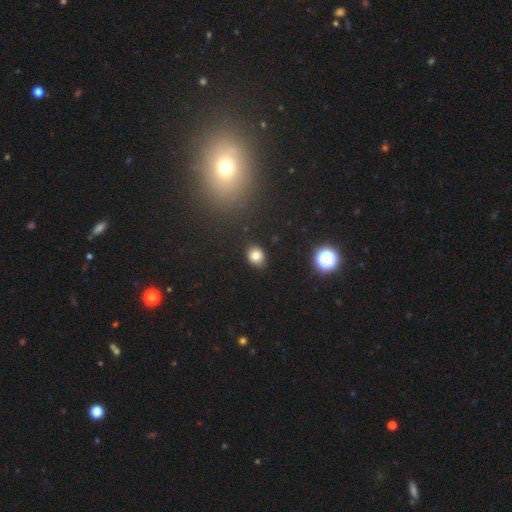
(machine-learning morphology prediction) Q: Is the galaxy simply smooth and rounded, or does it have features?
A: smooth — 81%.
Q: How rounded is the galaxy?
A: round — 53%.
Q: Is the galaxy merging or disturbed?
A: none — 84%.